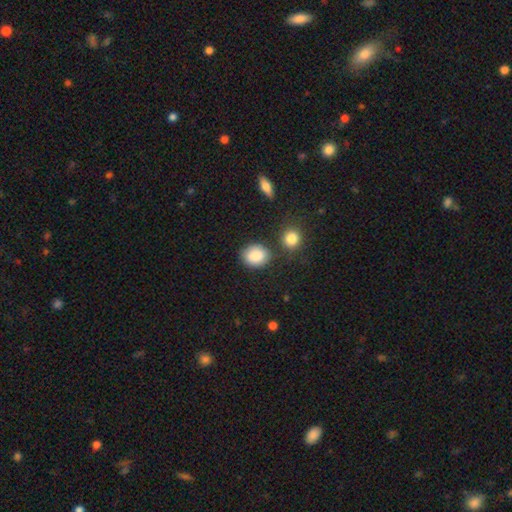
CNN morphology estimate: smooth 87%, star or artifact 7%, featured or disk 5%. Down the decision tree: how rounded — in between (50%); merging — none (74%).